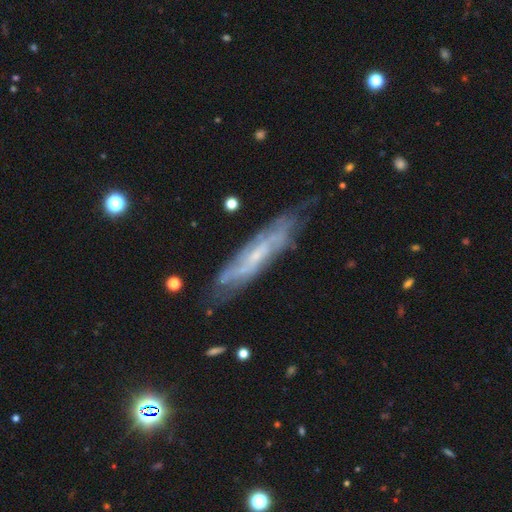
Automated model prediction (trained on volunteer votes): Smooth or featured: featured or disk — 73% (smooth — 20%)
Edge-on disk: no — 56% (yes — 44%)
Merging: none — 72% (minor disturbance — 20%)